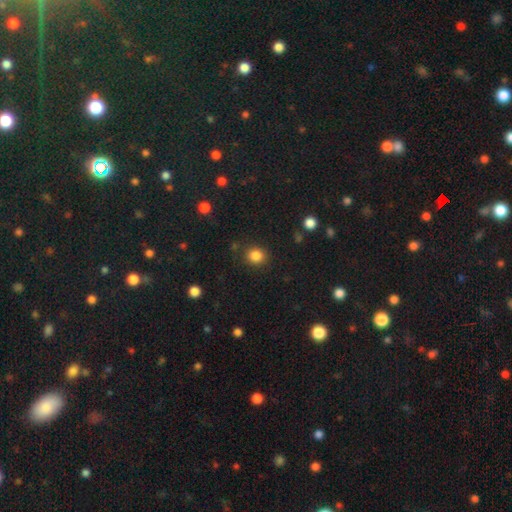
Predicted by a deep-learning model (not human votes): Overall: smooth (85%). How rounded: round (83%). Merging: none (87%).